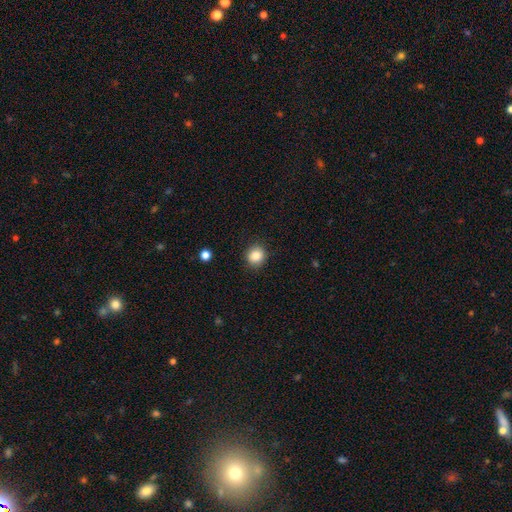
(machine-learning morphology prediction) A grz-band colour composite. It shows a smooth galaxy with no disk features (85%) that is round (87%). Merging: none (90%).